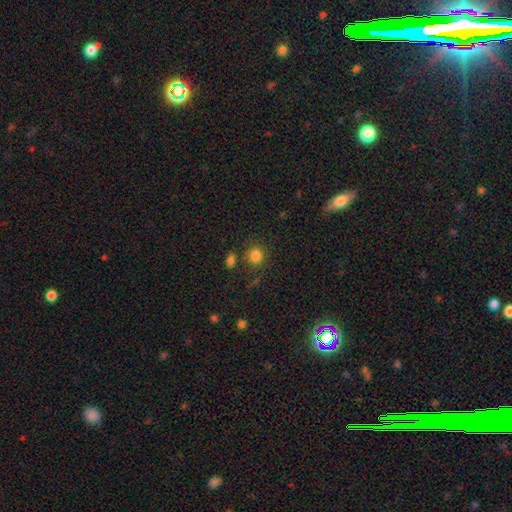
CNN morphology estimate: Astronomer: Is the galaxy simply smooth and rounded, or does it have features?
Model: smooth — 83%.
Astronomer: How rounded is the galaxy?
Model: round — 86%.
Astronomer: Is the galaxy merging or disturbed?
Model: none — 77%.